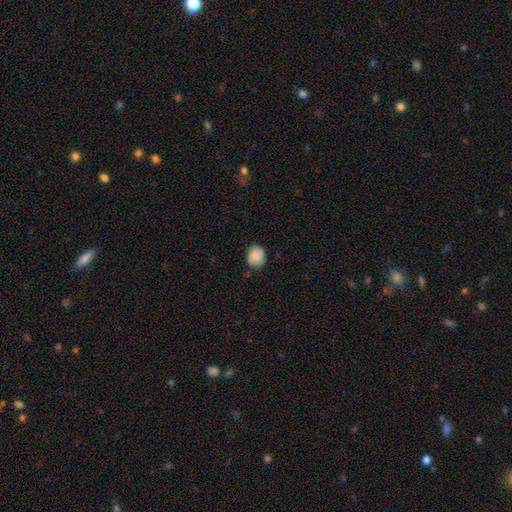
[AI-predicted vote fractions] Smooth or featured? smooth (72%)
How rounded? round (62%)
Merging? none (73%)